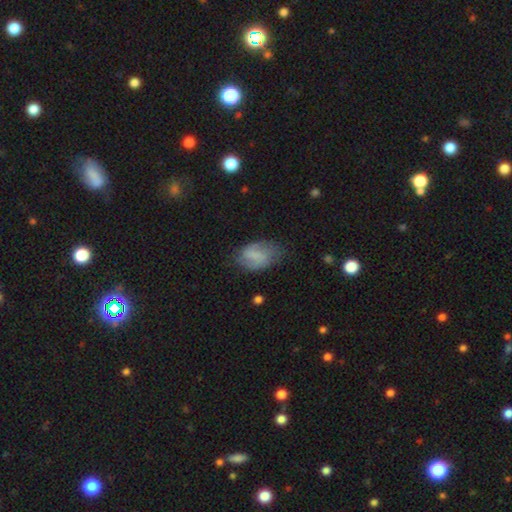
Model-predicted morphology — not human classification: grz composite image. It shows a smooth galaxy with no disk features (61%) that is in between round and cigar-shaped (88%). Merging: none (57%).